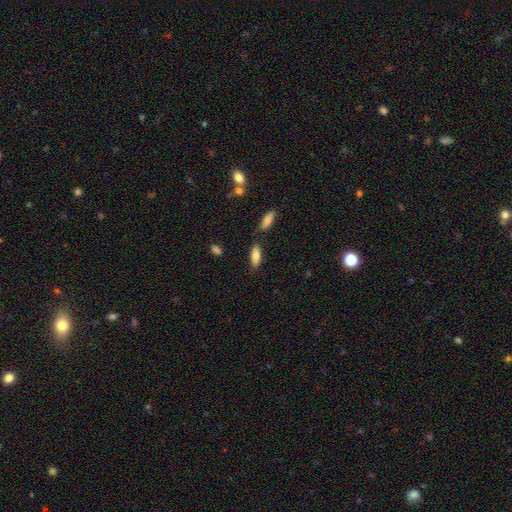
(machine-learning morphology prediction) Smooth or featured? Predicted: smooth (p=0.79). How rounded? Predicted: in between (p=0.73). Merging? Predicted: none (p=0.77).